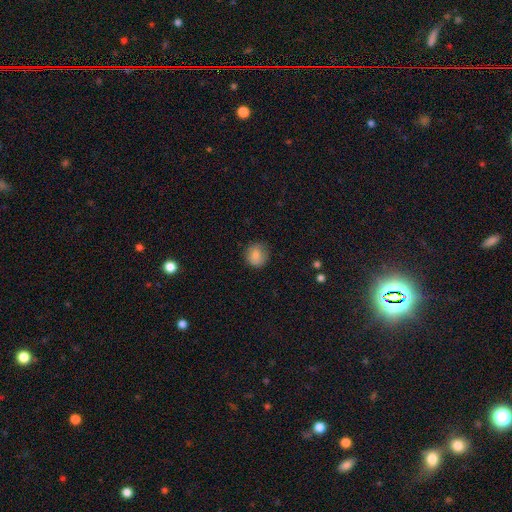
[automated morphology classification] Smooth or featured? Predicted: smooth (p=0.84). How rounded? Predicted: round (p=0.84). Merging? Predicted: none (p=0.80).